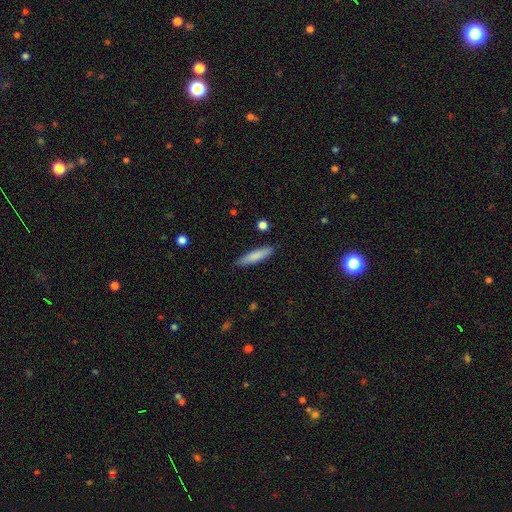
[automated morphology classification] A smooth galaxy with no disk features (81%) that is cigar-shaped (83%).

Vote fractions:
- Smooth or featured? smooth: 81% / featured or disk: 13% / star or artifact: 6%
- How rounded? cigar-shaped: 83% / in between: 15% / round: 1%
- Merging? none: 87% / minor disturbance: 9% / major disturbance: 2% / merger: 1%